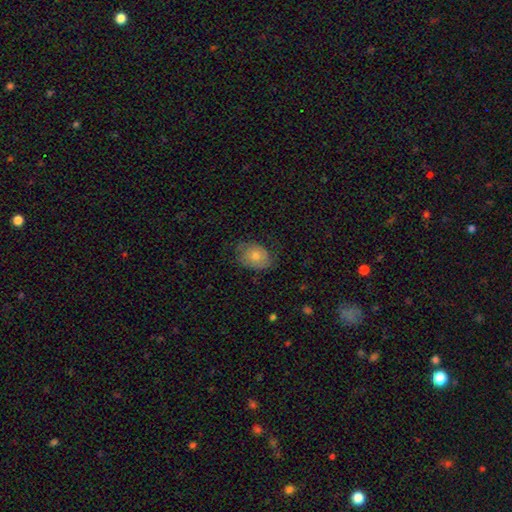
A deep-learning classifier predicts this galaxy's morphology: smooth-or-featured: smooth: 57% | featured or disk: 34% | star or artifact: 9%
  how-rounded: in between: 68% | round: 30% | cigar-shaped: 1%
  merging: none: 66% | minor disturbance: 24% | major disturbance: 9% | merger: 1%